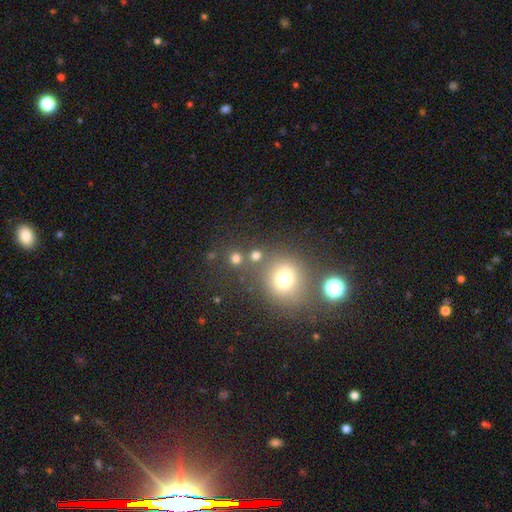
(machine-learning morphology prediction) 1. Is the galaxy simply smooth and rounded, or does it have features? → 72% smooth, 20% star or artifact, 7% featured or disk.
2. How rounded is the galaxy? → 88% round, 11% in between, 1% cigar-shaped.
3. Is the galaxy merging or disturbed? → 73% none, 16% merger, 8% minor disturbance, 4% major disturbance.